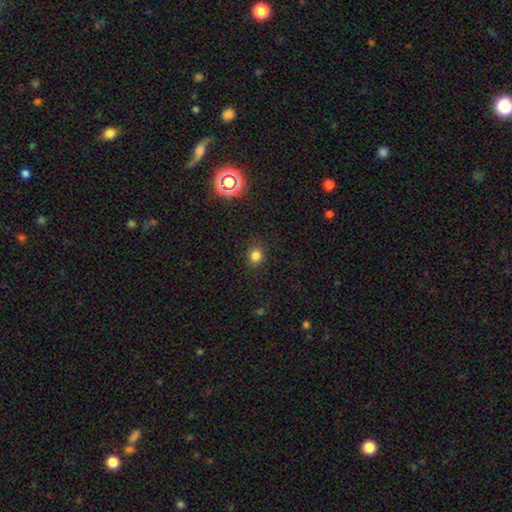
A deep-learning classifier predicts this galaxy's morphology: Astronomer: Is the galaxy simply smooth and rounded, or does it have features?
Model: smooth — 81%.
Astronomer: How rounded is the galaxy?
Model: round — 76%.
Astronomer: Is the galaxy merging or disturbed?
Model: none — 88%.